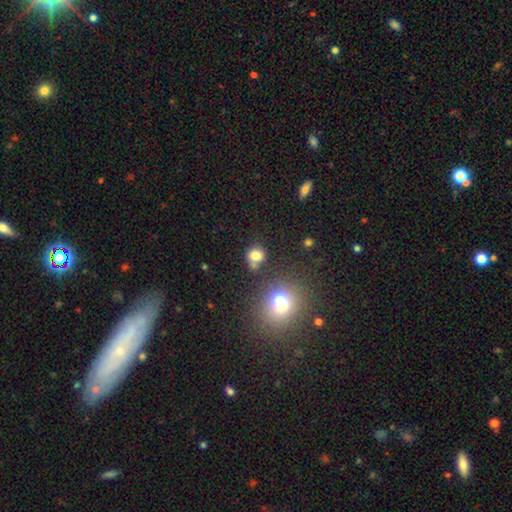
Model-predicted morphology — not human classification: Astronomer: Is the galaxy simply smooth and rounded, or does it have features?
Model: smooth — 76%.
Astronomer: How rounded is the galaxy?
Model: round — 72%.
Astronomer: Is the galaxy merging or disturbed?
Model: none — 60%.